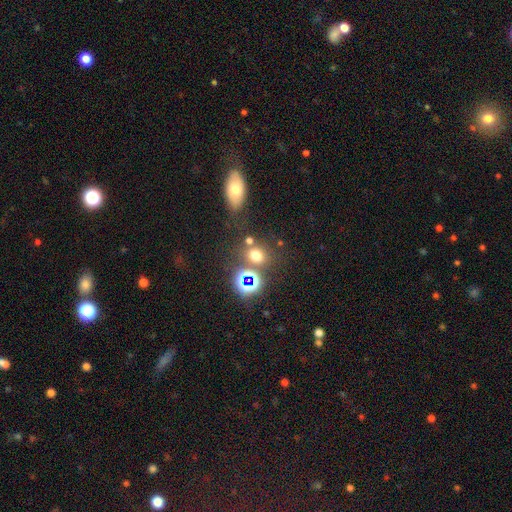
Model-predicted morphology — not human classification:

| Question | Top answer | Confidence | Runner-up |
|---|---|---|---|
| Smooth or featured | smooth | 63% | star or artifact (28%) |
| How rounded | round | 64% | in between (34%) |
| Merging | none | 67% | merger (16%) |